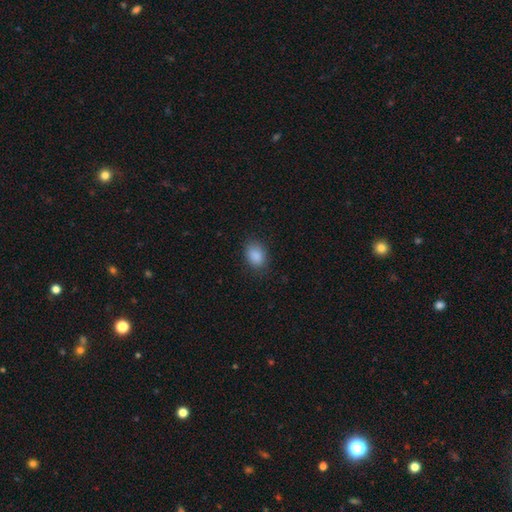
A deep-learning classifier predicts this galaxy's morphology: This is clearly a smooth galaxy (88%). How rounded: likely in between (71%). Merging: clearly none (82%).